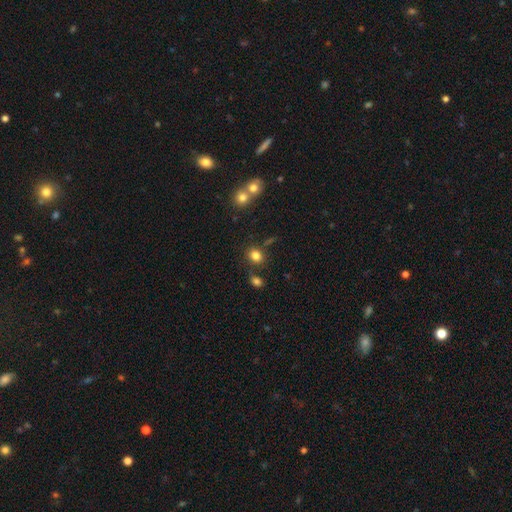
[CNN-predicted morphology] The model was most divided on "how rounded": round: 65%, in between: 33%, cigar-shaped: 1%. More confident: smooth or featured — smooth (81%); merging — none (75%).